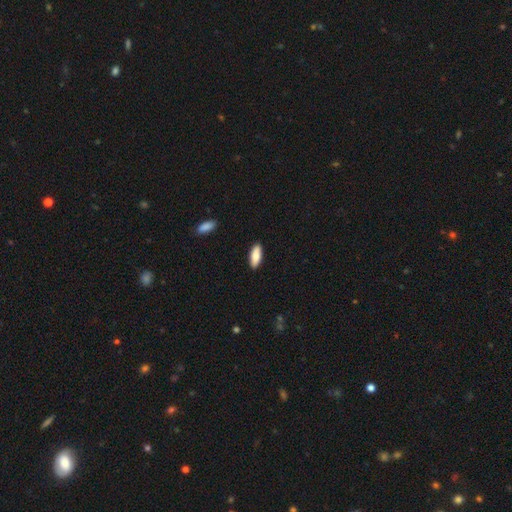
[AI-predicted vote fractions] Smooth or featured?
  - smooth: 86% *
  - featured or disk: 9%
  - star or artifact: 6%
How rounded?
  - in between: 73% *
  - cigar-shaped: 26%
  - round: 2%
Merging?
  - none: 89% *
  - minor disturbance: 8%
  - major disturbance: 2%
  - merger: 1%